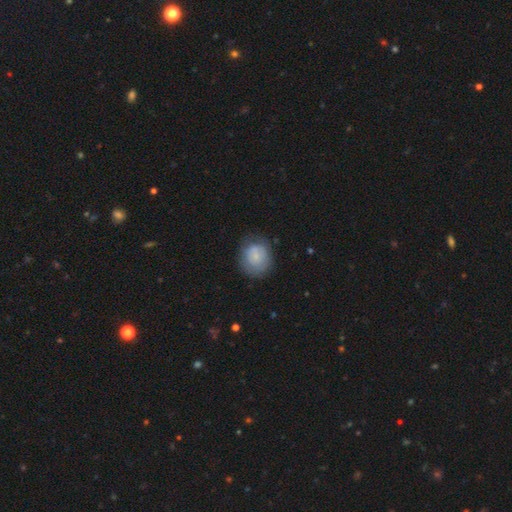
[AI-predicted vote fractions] This is likely a smooth galaxy (70%). How rounded: clearly round (80%). Merging: likely none (69%).